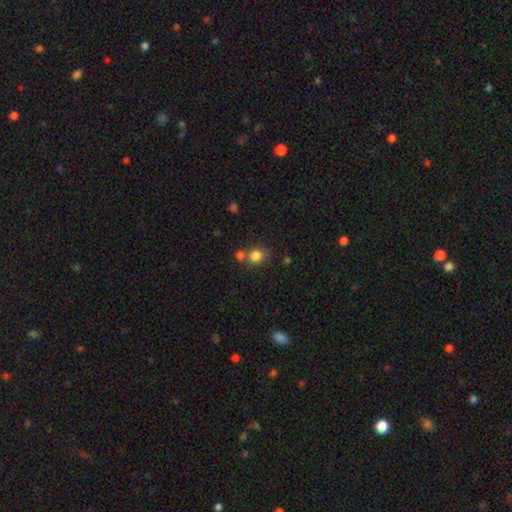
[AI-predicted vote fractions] The model was most divided on "merging": none: 57%, merger: 28%, minor disturbance: 10%, major disturbance: 4%. More confident: smooth or featured — smooth (82%); how rounded — round (76%).